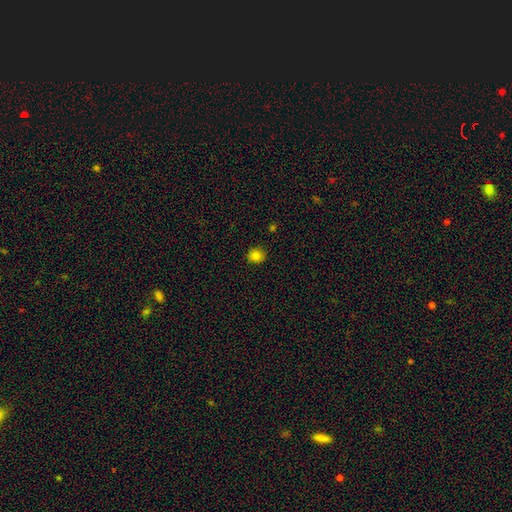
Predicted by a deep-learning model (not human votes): Smooth or featured?
  - smooth: 82% *
  - star or artifact: 13%
  - featured or disk: 5%
How rounded?
  - round: 83% *
  - in between: 16%
  - cigar-shaped: 1%
Merging?
  - none: 89% *
  - minor disturbance: 8%
  - major disturbance: 2%
  - merger: 1%